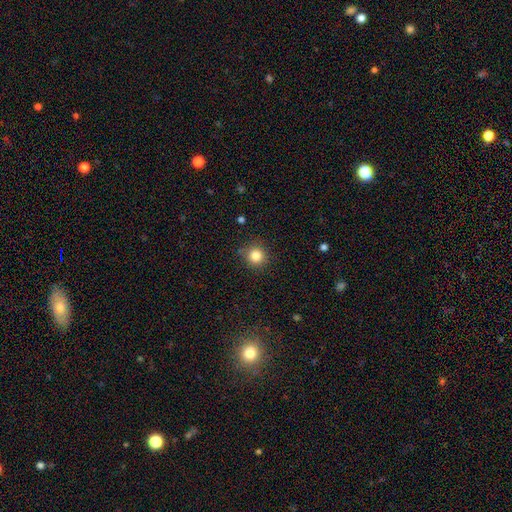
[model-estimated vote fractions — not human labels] Overall: smooth (84%). How rounded: round (92%). Merging: none (86%).